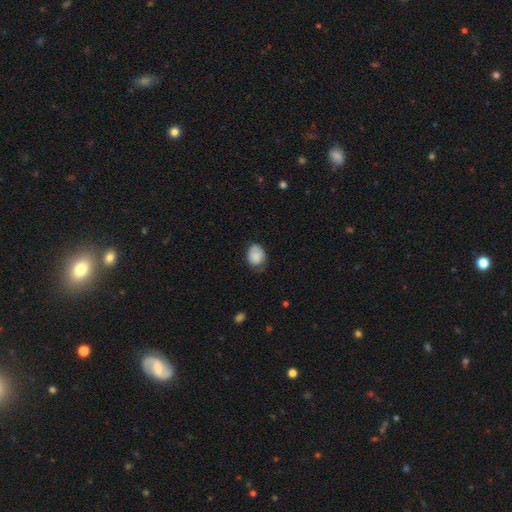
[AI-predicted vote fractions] smooth-or-featured: smooth: 82% | featured or disk: 11% | star or artifact: 7%
  how-rounded: in between: 62% | round: 37% | cigar-shaped: 1%
  merging: none: 55% | minor disturbance: 34% | major disturbance: 9% | merger: 2%